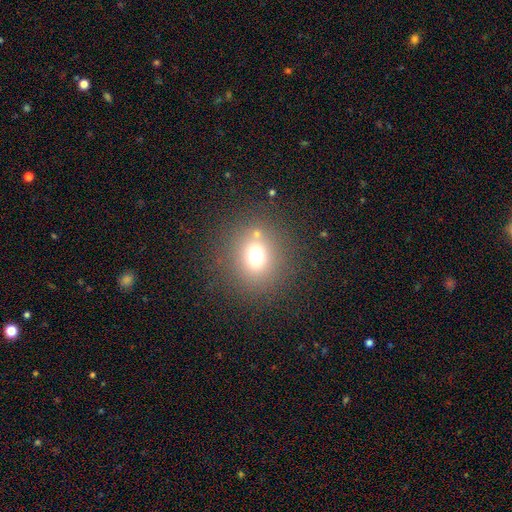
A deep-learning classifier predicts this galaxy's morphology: smooth 68%, star or artifact 20%, featured or disk 11%. Down the decision tree: how rounded — round (80%); merging — none (81%).